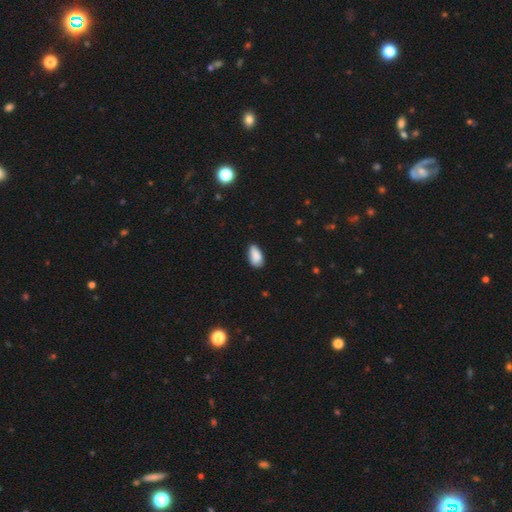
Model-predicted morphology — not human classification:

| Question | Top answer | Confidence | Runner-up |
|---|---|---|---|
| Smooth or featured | smooth | 87% | star or artifact (7%) |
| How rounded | in between | 93% | round (4%) |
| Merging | none | 66% | minor disturbance (28%) |